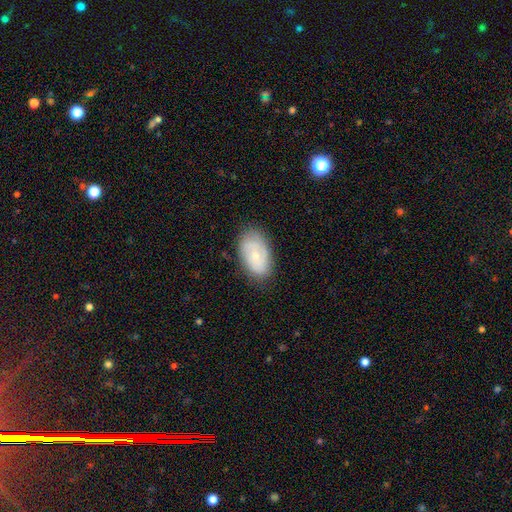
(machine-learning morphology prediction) This appears to be a smooth galaxy with no disk features (47%). Merging: none (79%).